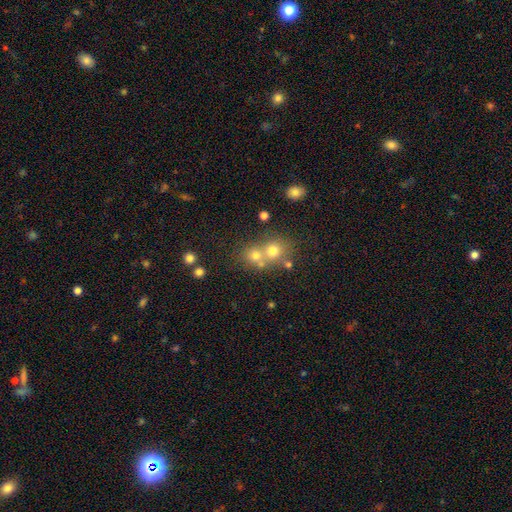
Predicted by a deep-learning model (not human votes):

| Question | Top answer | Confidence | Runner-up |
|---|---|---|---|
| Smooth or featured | smooth | 69% | star or artifact (17%) |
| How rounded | round | 81% | in between (18%) |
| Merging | merger | 47% | none (43%) |